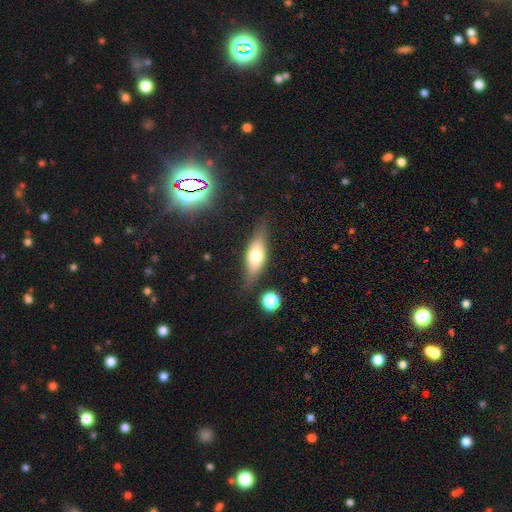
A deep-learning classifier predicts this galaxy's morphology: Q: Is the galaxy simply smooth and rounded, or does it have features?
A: smooth — 53%.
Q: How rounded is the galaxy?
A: in between — 59%.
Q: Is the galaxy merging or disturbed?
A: none — 74%.